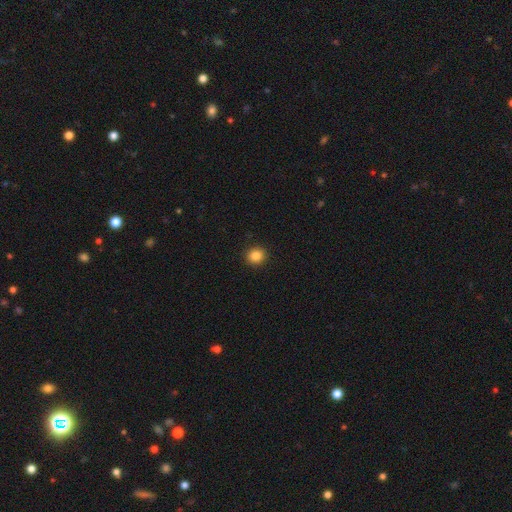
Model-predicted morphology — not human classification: Smooth or featured? Predicted: smooth (p=0.86). How rounded? Predicted: round (p=0.88). Merging? Predicted: none (p=0.92).